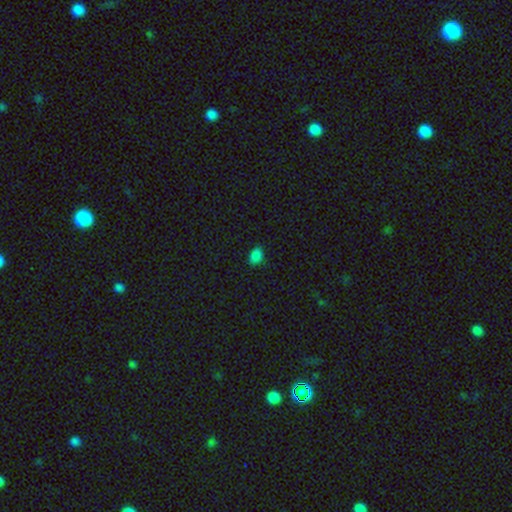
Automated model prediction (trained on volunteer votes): smooth_or_featured: smooth (p=0.82) [alt: star or artifact p=0.15]
how_rounded: in between (p=0.80) [alt: round p=0.19]
merging: none (p=0.83) [alt: minor disturbance p=0.14]